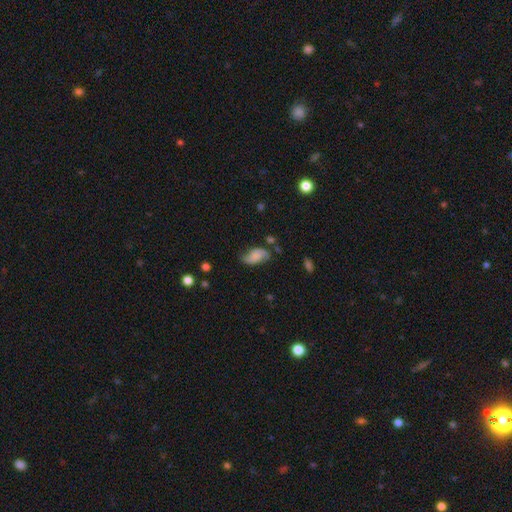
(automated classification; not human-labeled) Smooth or featured? Predicted: featured or disk (p=0.48). Merging? Predicted: none (p=0.59).